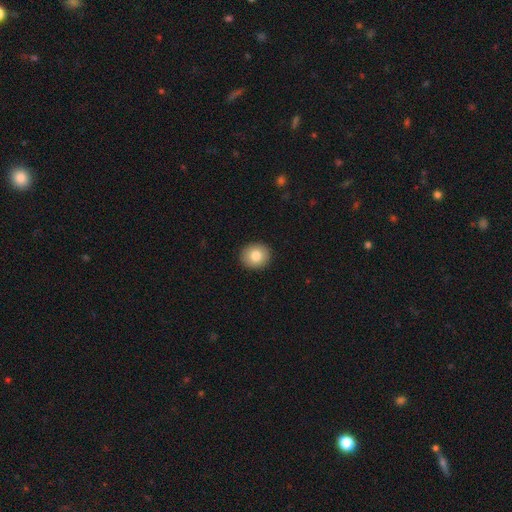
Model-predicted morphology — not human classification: Smooth or featured?
  - smooth: 82% *
  - featured or disk: 10%
  - star or artifact: 8%
How rounded?
  - round: 82% *
  - in between: 17%
  - cigar-shaped: 1%
Merging?
  - none: 92% *
  - minor disturbance: 5%
  - major disturbance: 2%
  - merger: 1%